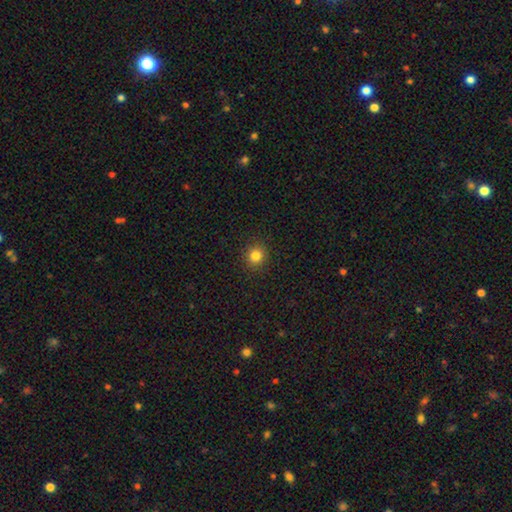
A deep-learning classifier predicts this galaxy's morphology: smooth-or-featured: smooth: 82% | star or artifact: 13% | featured or disk: 5%
  how-rounded: round: 92% | in between: 7% | cigar-shaped: 1%
  merging: none: 92% | minor disturbance: 5% | major disturbance: 2% | merger: 1%